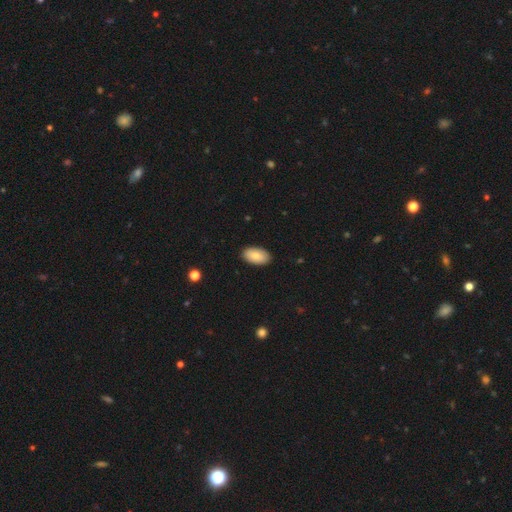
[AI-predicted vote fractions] Smooth or featured?
  - smooth: 83% *
  - featured or disk: 11%
  - star or artifact: 6%
How rounded?
  - in between: 95% *
  - round: 3%
  - cigar-shaped: 2%
Merging?
  - none: 89% *
  - minor disturbance: 8%
  - major disturbance: 2%
  - merger: 1%